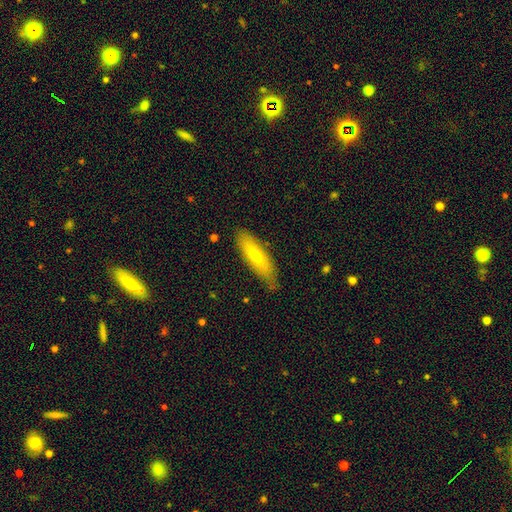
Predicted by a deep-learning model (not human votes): Q: Smooth or featured?
A: smooth (60%); runner-up: featured or disk (33%)
Q: How rounded?
A: cigar-shaped (62%); runner-up: in between (36%)
Q: Merging?
A: none (78%); runner-up: minor disturbance (17%)